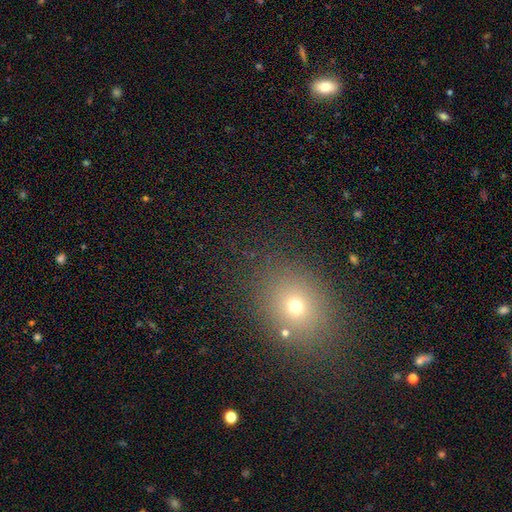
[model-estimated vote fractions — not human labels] Morphology: type=smooth (61%); roundness=round (55%); merging=none (84%).